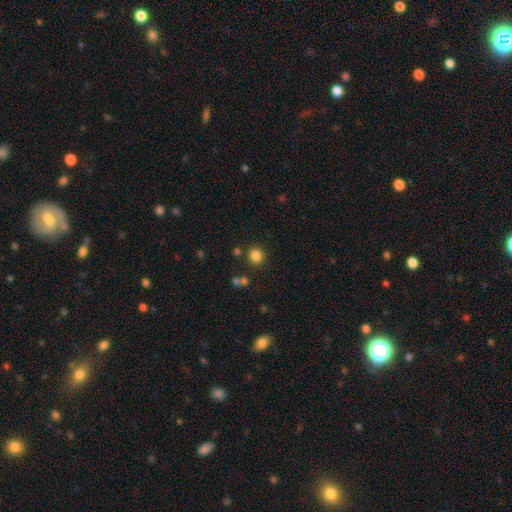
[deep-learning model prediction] smooth-or-featured: smooth: 83% | star or artifact: 12% | featured or disk: 4%
  how-rounded: round: 91% | in between: 8% | cigar-shaped: 1%
  merging: none: 86% | minor disturbance: 7% | merger: 5% | major disturbance: 3%